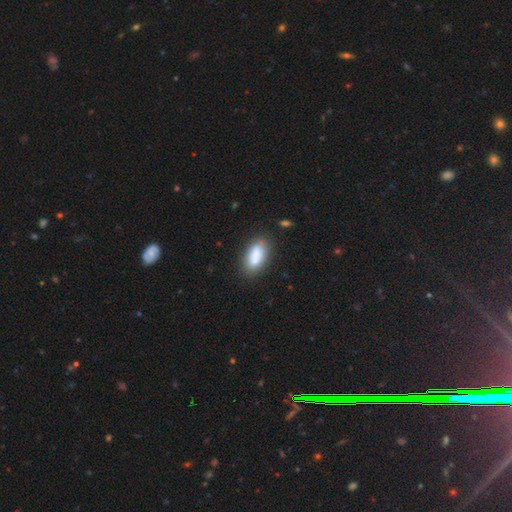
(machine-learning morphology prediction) Smooth or featured? Predicted: smooth (p=0.80). How rounded? Predicted: in between (p=0.88). Merging? Predicted: none (p=0.73).